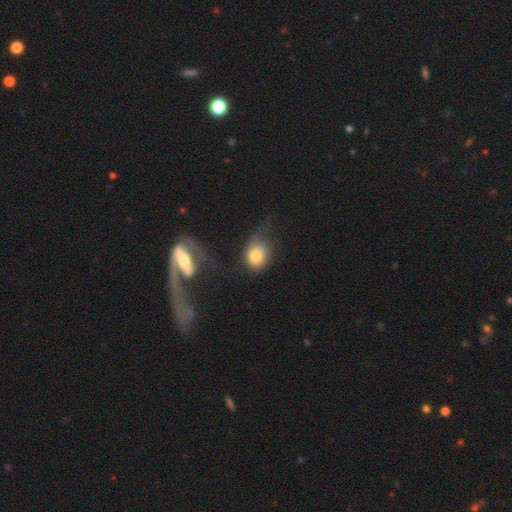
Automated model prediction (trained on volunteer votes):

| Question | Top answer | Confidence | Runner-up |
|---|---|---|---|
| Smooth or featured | smooth | 79% | featured or disk (12%) |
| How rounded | in between | 50% | round (48%) |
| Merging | none | 47% | minor disturbance (26%) |